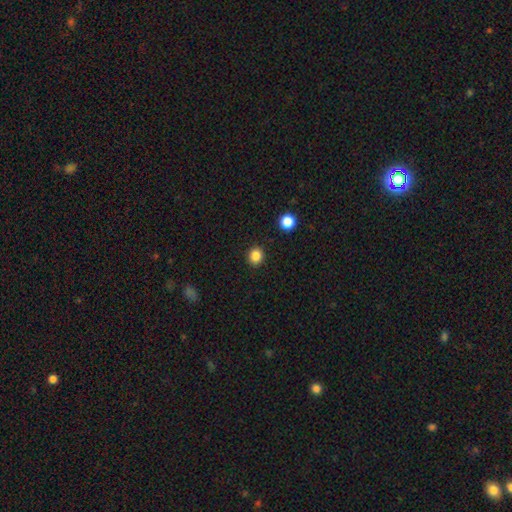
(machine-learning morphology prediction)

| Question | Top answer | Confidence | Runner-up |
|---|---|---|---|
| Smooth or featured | smooth | 85% | star or artifact (11%) |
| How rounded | round | 84% | in between (15%) |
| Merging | none | 91% | minor disturbance (5%) |